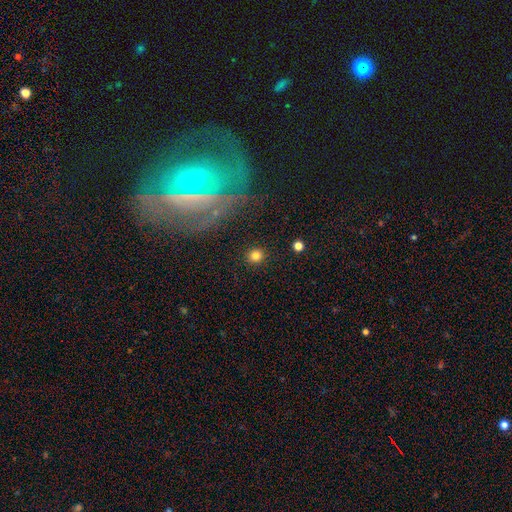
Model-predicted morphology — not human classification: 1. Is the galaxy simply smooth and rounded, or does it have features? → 81% smooth, 12% star or artifact, 7% featured or disk.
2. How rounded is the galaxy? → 91% round, 8% in between, 1% cigar-shaped.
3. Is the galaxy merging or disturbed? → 91% none, 5% minor disturbance, 2% major disturbance, 2% merger.